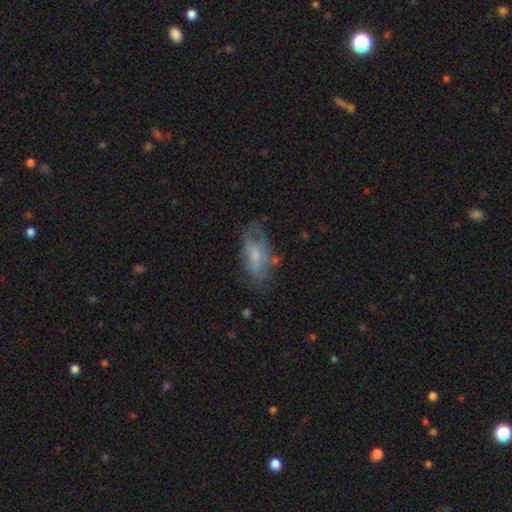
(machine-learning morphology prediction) smooth 57%, featured or disk 35%, star or artifact 8%. Down the decision tree: how rounded — in between (85%); merging — none (54%).